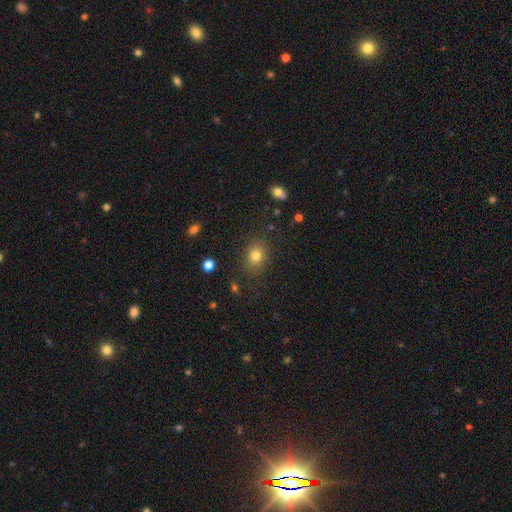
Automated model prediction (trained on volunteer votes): Smooth or featured?
  - smooth: 78% *
  - star or artifact: 13%
  - featured or disk: 9%
How rounded?
  - in between: 60% *
  - round: 39%
  - cigar-shaped: 1%
Merging?
  - none: 83% *
  - minor disturbance: 11%
  - major disturbance: 4%
  - merger: 2%